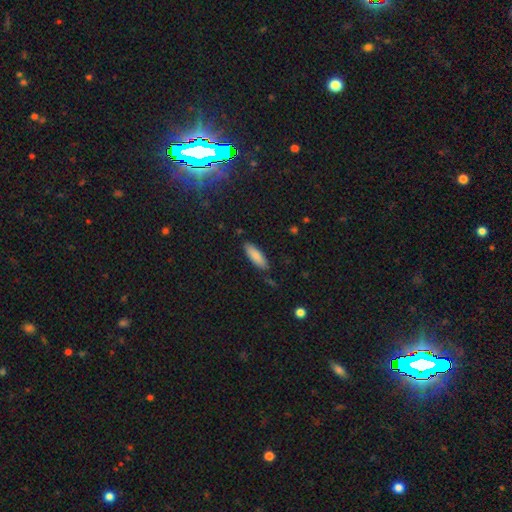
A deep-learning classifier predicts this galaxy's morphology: This appears to be a smooth galaxy with no disk features (85%) that is in between round and cigar-shaped (53%). Merging: none (82%).